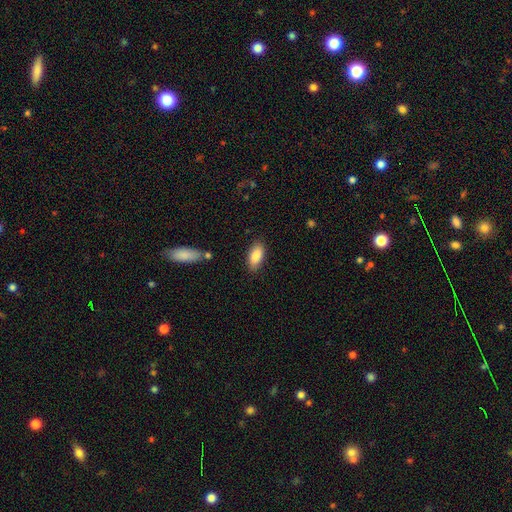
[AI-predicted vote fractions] Morphology: type=smooth (87%); roundness=in between (88%); merging=none (83%).